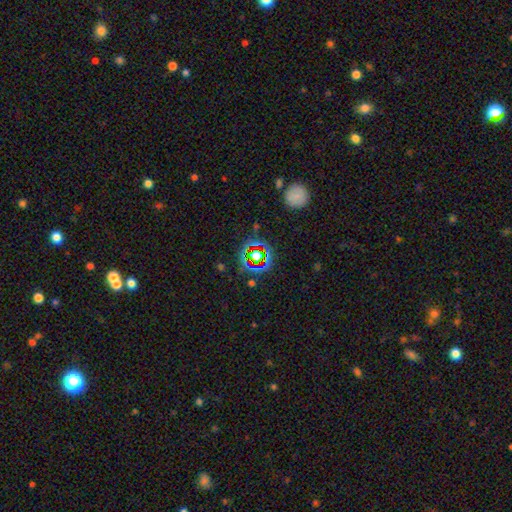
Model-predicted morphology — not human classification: The model was most divided on "smooth or featured": star or artifact: 66%, smooth: 20%, featured or disk: 14%.